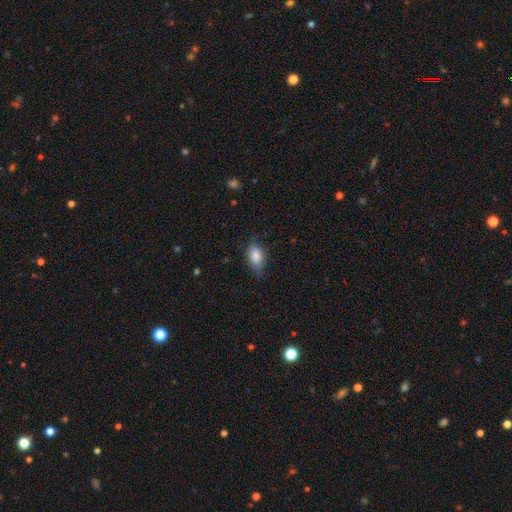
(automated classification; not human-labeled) This is clearly a smooth galaxy (82%). How rounded: clearly in between (87%). Merging: likely none (64%).